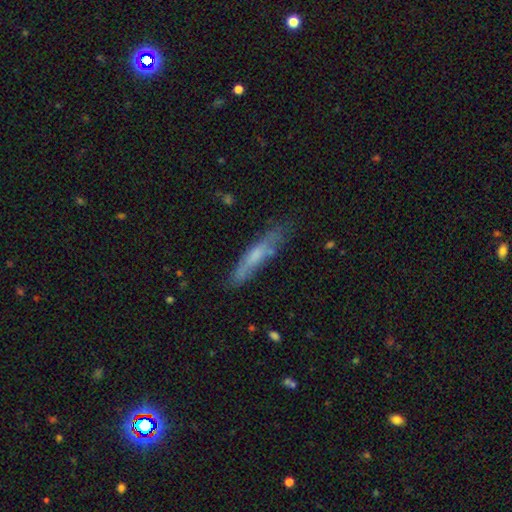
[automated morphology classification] Smooth or featured? smooth (51%)
How rounded? cigar-shaped (89%)
Merging? none (71%)